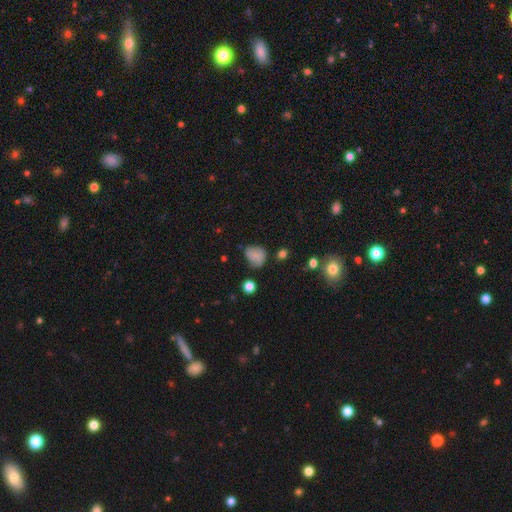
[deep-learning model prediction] Overall: smooth (74%). How rounded: round (58%; in between 41%). Merging: none (58%; minor disturbance 30%).